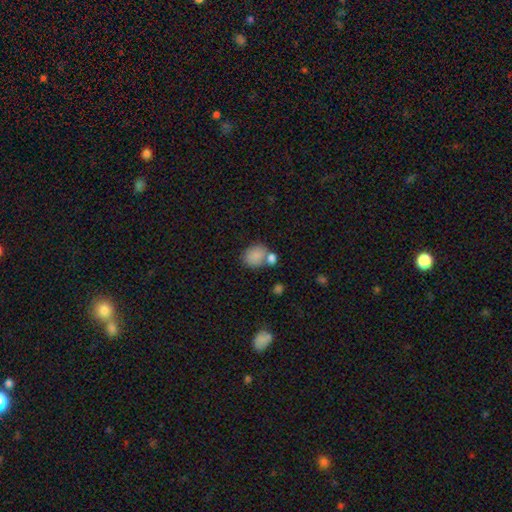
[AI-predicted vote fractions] smooth_or_featured: smooth (p=0.83) [alt: star or artifact p=0.09]
how_rounded: round (p=0.50) [alt: in between p=0.49]
merging: none (p=0.48) [alt: merger p=0.32]